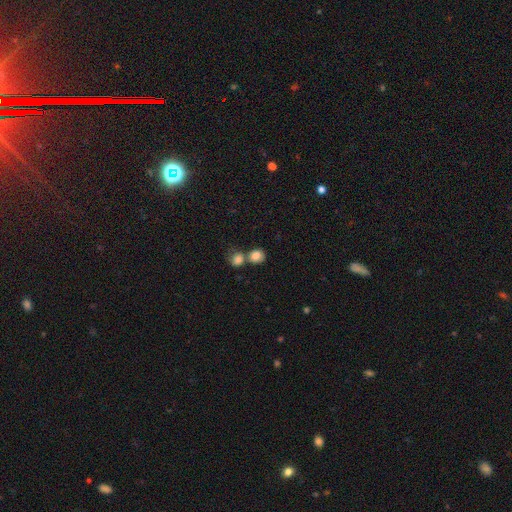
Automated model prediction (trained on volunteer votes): This appears to be a smooth galaxy with no disk features (84%) that is round (75%). Merging: merger (46%).